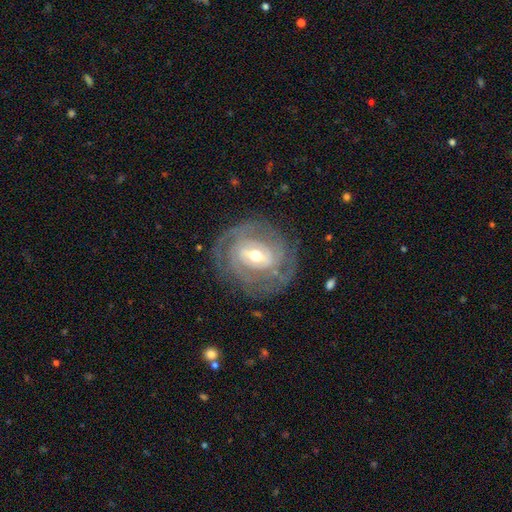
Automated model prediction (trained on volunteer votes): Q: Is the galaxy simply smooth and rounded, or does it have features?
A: featured or disk — 85%.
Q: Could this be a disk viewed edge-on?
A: no — 96%.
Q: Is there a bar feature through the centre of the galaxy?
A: weak — 45%.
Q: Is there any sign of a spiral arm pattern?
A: yes — 90%.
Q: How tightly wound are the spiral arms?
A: tight — 71%.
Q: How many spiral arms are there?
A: can't tell — 34%.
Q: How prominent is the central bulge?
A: moderate — 62%.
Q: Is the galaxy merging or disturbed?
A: none — 77%.